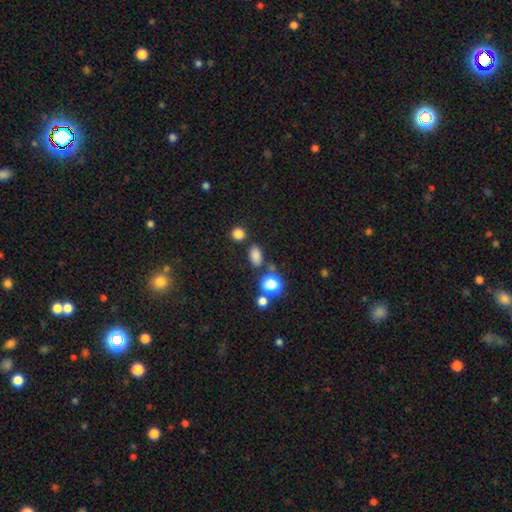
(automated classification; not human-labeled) Morphology: type=smooth (78%); roundness=in between (80%); merging=none (77%).